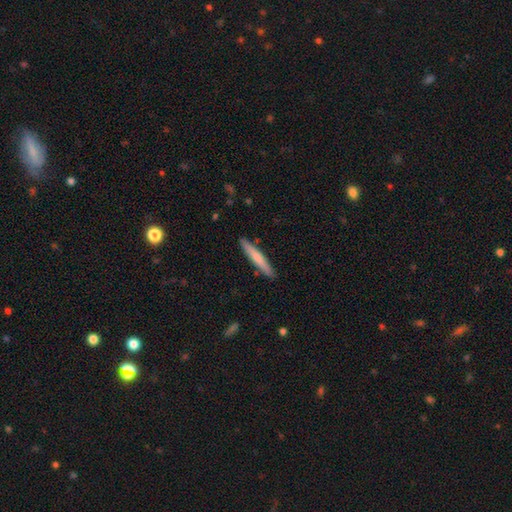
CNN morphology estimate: smooth_or_featured: smooth (p=0.68) [alt: featured or disk p=0.26]
how_rounded: cigar-shaped (p=0.94) [alt: in between p=0.04]
merging: none (p=0.89) [alt: minor disturbance p=0.08]